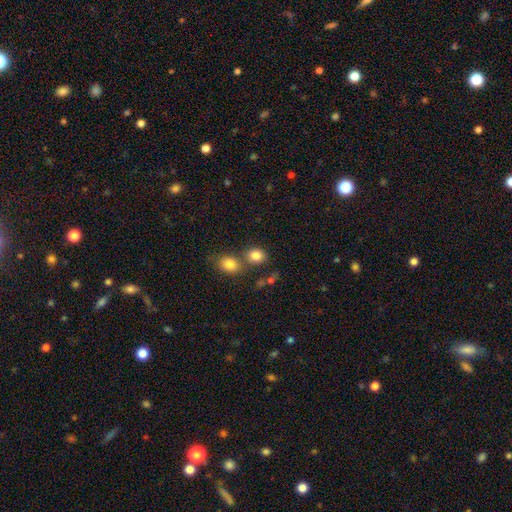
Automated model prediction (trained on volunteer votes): smooth_or_featured: smooth (p=0.83) [alt: star or artifact p=0.10]
how_rounded: round (p=0.60) [alt: in between p=0.39]
merging: none (p=0.56) [alt: merger p=0.31]